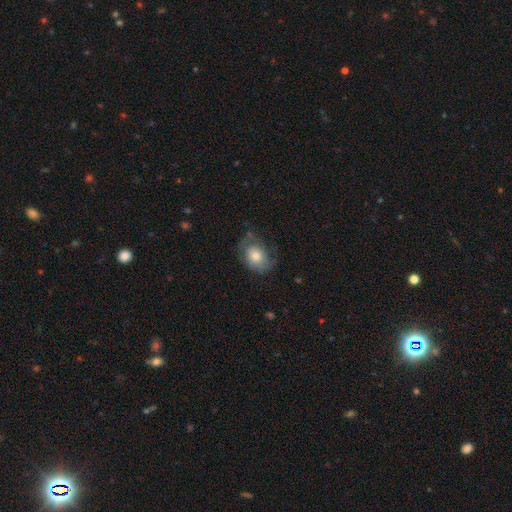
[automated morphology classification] Overall: smooth (52%; featured or disk 40%). How rounded: in between (55%; round 44%). Merging: none (51%; minor disturbance 28%).